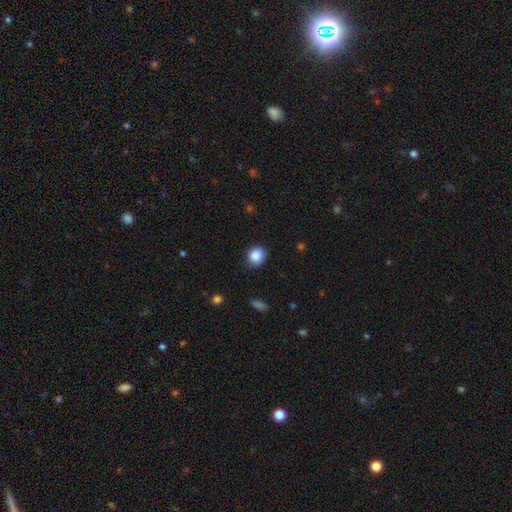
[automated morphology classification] Smooth or featured?
  - smooth: 86% *
  - star or artifact: 9%
  - featured or disk: 4%
How rounded?
  - round: 78% *
  - in between: 21%
  - cigar-shaped: 1%
Merging?
  - none: 84% *
  - minor disturbance: 13%
  - major disturbance: 3%
  - merger: 1%